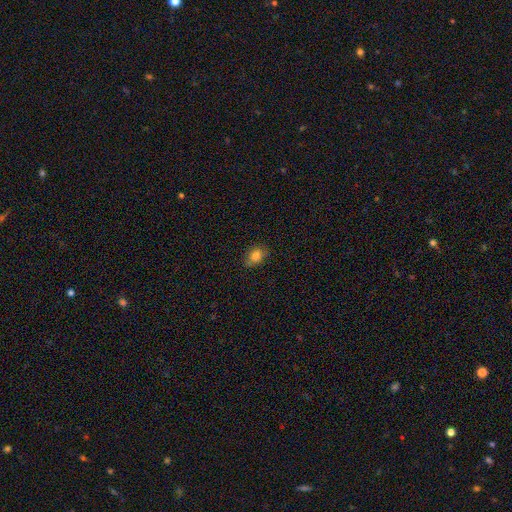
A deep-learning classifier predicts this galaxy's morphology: This appears to be a smooth galaxy with no disk features (81%) that is in between round and cigar-shaped (69%). Merging: none (77%).